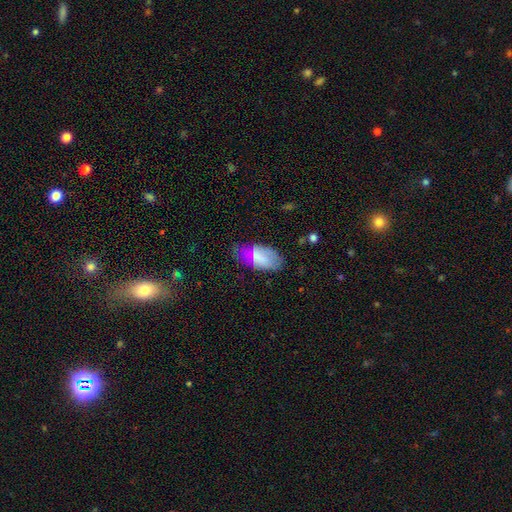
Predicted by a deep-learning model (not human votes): Smooth or featured: smooth — 69% (featured or disk — 22%)
How rounded: in between — 91% (cigar-shaped — 6%)
Merging: none — 56% (minor disturbance — 30%)